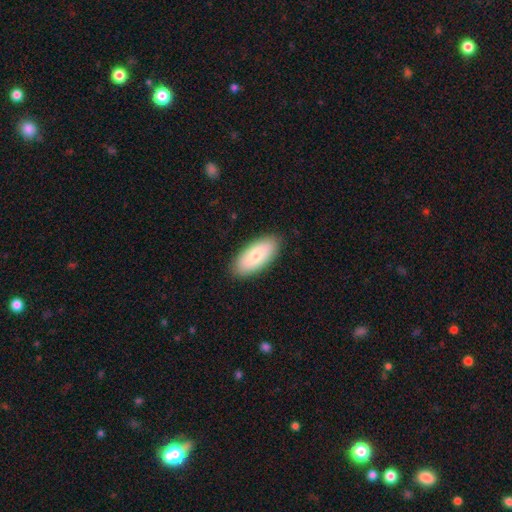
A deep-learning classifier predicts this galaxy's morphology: Smooth or featured: smooth — 74% (featured or disk — 20%)
How rounded: in between — 90% (cigar-shaped — 8%)
Merging: none — 88% (minor disturbance — 9%)